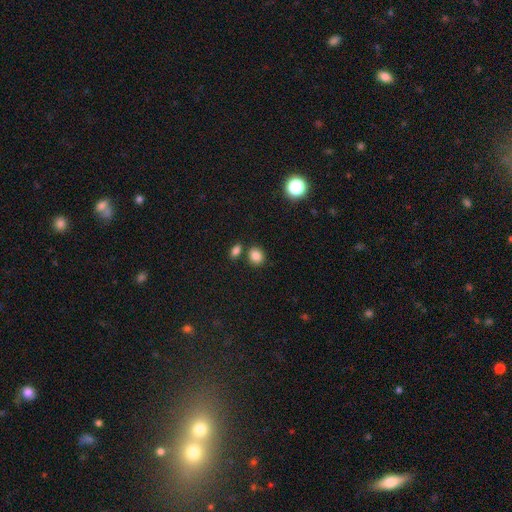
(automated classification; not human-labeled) Morphology: type=smooth (85%); roundness=round (60%); merging=none (72%).